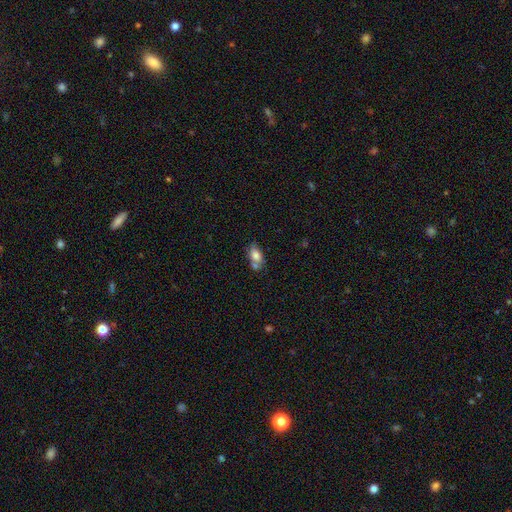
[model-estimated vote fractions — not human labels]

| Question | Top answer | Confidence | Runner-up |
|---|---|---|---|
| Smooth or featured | smooth | 76% | featured or disk (15%) |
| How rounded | in between | 87% | round (8%) |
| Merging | none | 47% | merger (30%) |